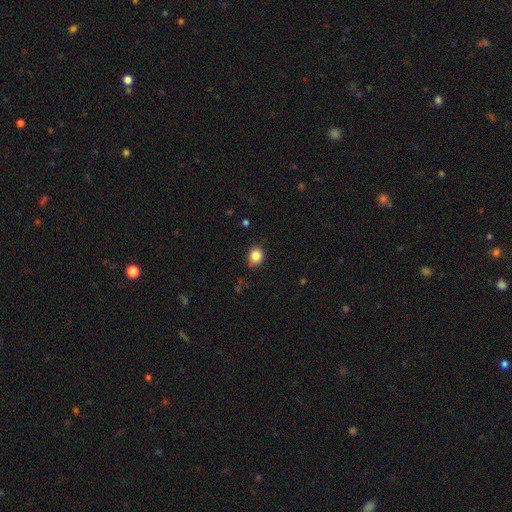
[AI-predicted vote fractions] Smooth or featured?
  - smooth: 85% *
  - star or artifact: 10%
  - featured or disk: 5%
How rounded?
  - round: 68% *
  - in between: 31%
  - cigar-shaped: 1%
Merging?
  - none: 81% *
  - minor disturbance: 15%
  - major disturbance: 3%
  - merger: 1%